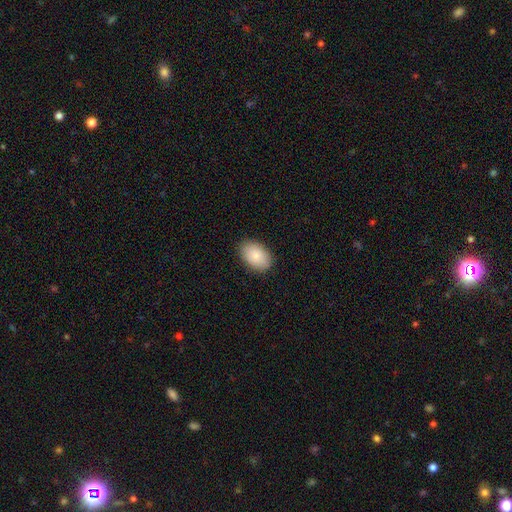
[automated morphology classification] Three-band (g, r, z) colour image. It shows a smooth galaxy with no disk features (85%) that is in between round and cigar-shaped (89%). Merging: none (87%).